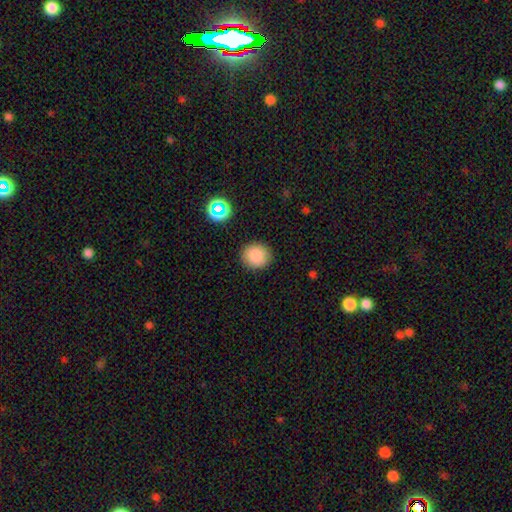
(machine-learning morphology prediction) A smooth galaxy with no disk features (86%) that is round (86%).

Vote fractions:
- Smooth or featured? smooth: 86% / star or artifact: 10% / featured or disk: 4%
- How rounded? round: 86% / in between: 13% / cigar-shaped: 1%
- Merging? none: 89% / minor disturbance: 7% / major disturbance: 2% / merger: 2%